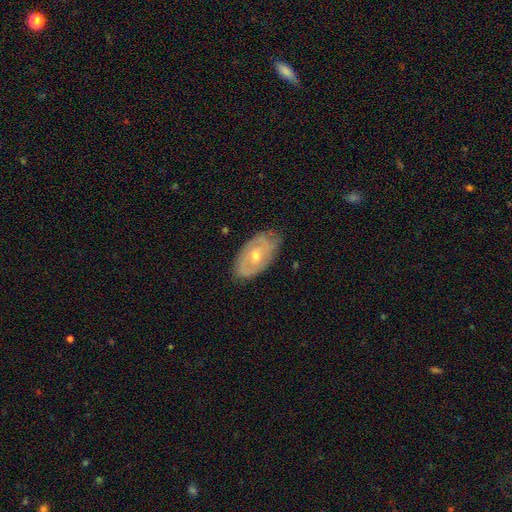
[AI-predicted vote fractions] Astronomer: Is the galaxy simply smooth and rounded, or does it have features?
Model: featured or disk — 67%.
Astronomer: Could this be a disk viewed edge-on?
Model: no — 91%.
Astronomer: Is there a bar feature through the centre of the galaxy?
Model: no — 74%.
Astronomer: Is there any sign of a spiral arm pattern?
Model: yes — 66%.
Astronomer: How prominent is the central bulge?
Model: moderate — 52% (runner-up: small, 45%).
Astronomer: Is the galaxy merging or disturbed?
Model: none — 76%.